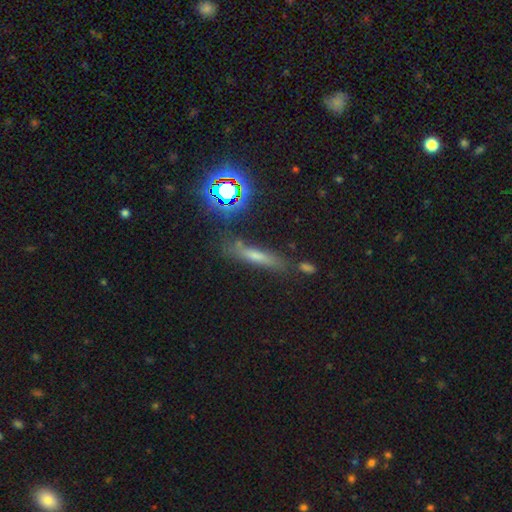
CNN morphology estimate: Smooth or featured? smooth (53%)
How rounded? cigar-shaped (79%)
Merging? none (69%)